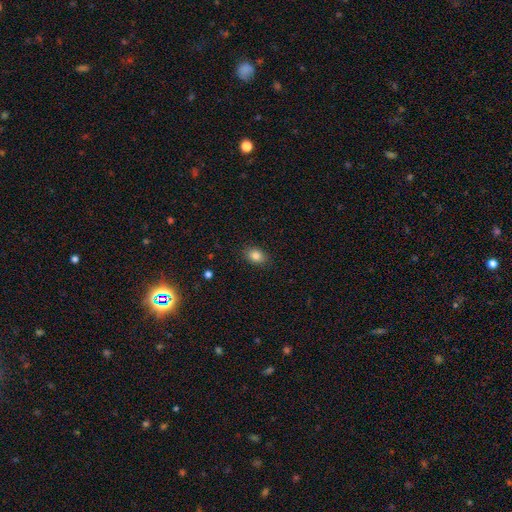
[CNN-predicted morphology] Smooth or featured? Predicted: smooth (p=0.84). How rounded? Predicted: in between (p=0.69). Merging? Predicted: none (p=0.87).